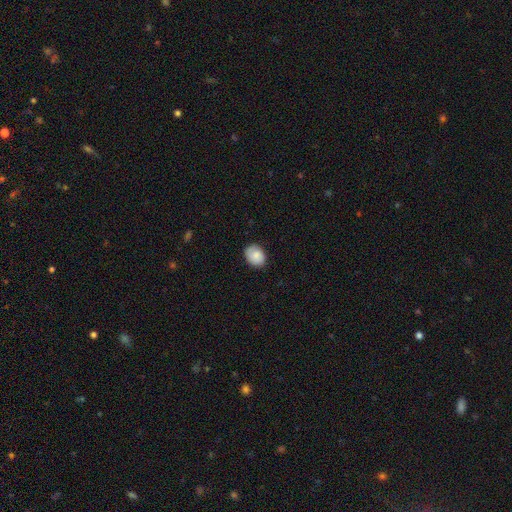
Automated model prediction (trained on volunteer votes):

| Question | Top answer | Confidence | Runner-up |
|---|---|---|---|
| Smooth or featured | smooth | 82% | featured or disk (10%) |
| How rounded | in between | 53% | round (46%) |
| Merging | none | 79% | minor disturbance (17%) |